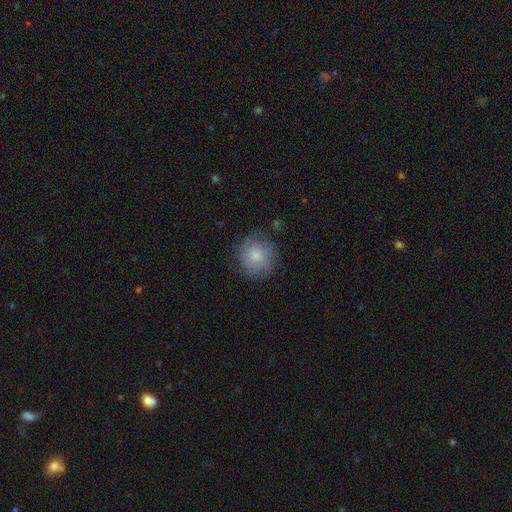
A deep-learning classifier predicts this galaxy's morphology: type=smooth (72%); roundness=round (89%); merging=none (73%).